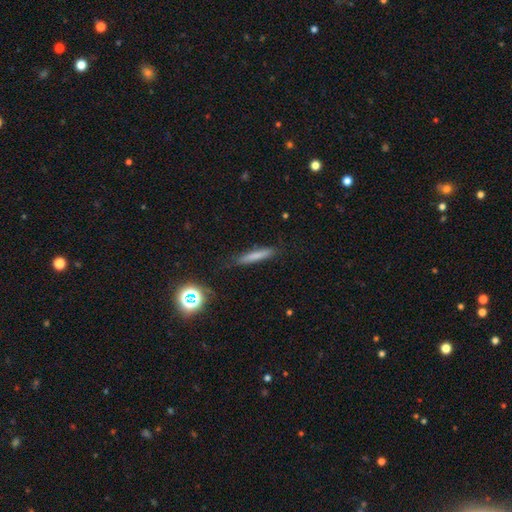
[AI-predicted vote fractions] A smooth galaxy with no disk features (73%) that is cigar-shaped (91%).

Vote fractions:
- Smooth or featured? smooth: 73% / featured or disk: 17% / star or artifact: 11%
- How rounded? cigar-shaped: 91% / in between: 7% / round: 2%
- Merging? none: 83% / minor disturbance: 12% / major disturbance: 3% / merger: 2%